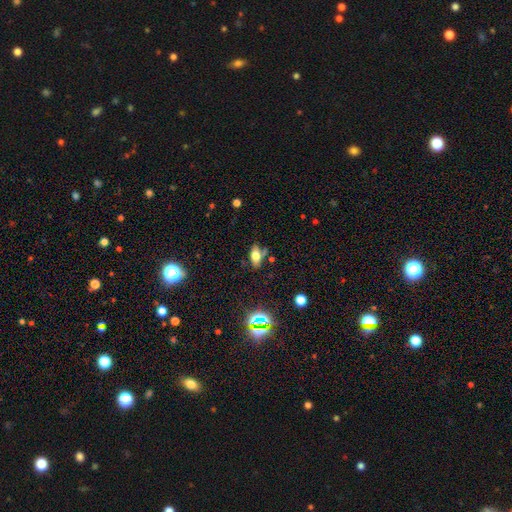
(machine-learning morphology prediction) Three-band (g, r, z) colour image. It shows a smooth galaxy with no disk features (65%) that is in between round and cigar-shaped (86%). Merging: none (71%).